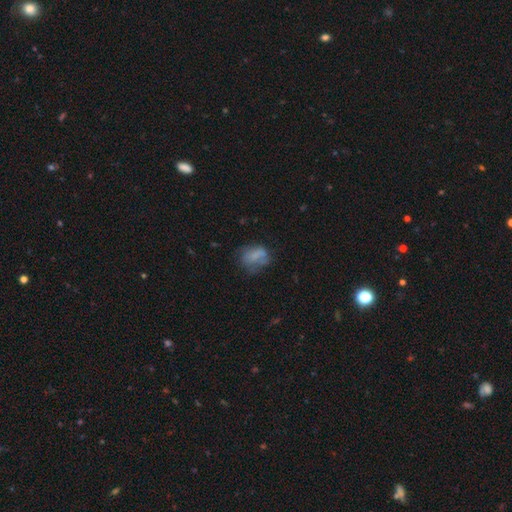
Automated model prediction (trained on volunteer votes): Smooth or featured: smooth — 63% (featured or disk — 25%)
How rounded: in between — 64% (round — 34%)
Merging: none — 41% (minor disturbance — 28%)